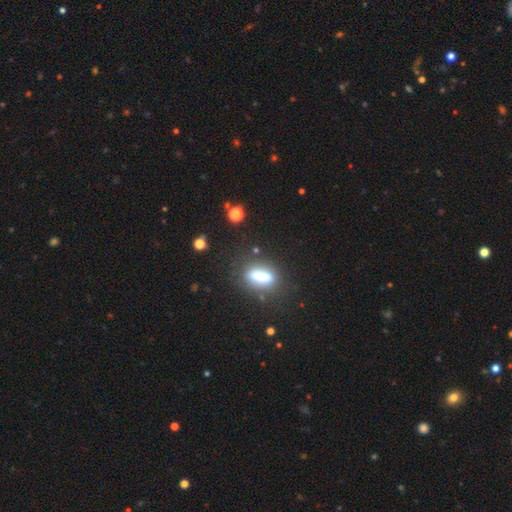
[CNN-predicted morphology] The model was most divided on "smooth or featured": smooth: 63%, featured or disk: 20%, star or artifact: 18%. More confident: merging — none (78%); how rounded — in between (71%).